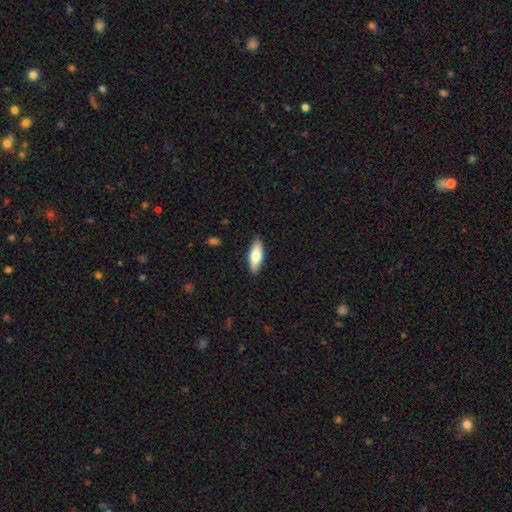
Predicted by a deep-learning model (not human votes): Overall: smooth (75%). How rounded: in between (66%; cigar-shaped 32%). Merging: none (88%).